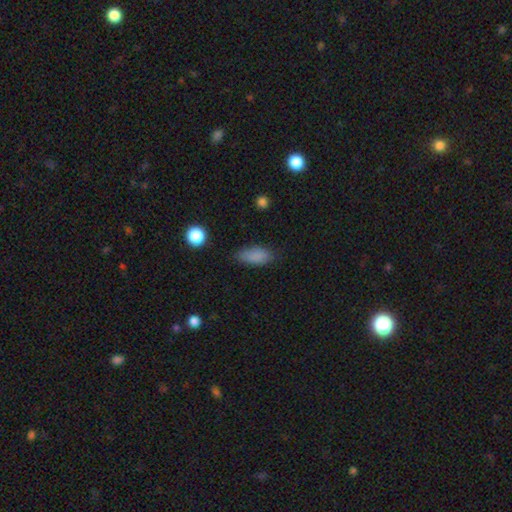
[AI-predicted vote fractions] The model was most divided on "merging": none: 76%, minor disturbance: 18%, major disturbance: 4%, merger: 2%. More confident: smooth or featured — smooth (85%); how rounded — in between (84%).